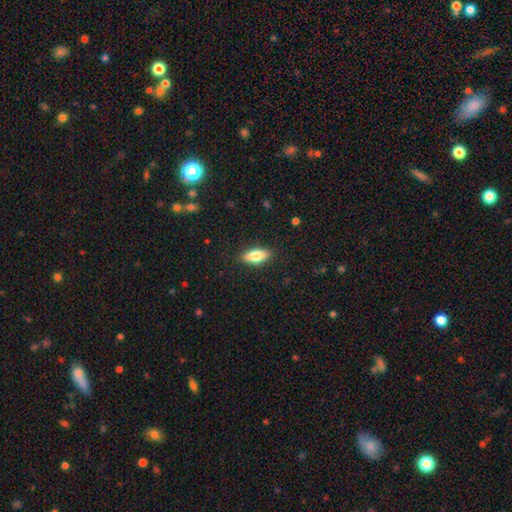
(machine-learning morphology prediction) Q: Smooth or featured?
A: smooth (72%); runner-up: featured or disk (21%)
Q: How rounded?
A: in between (74%); runner-up: cigar-shaped (23%)
Q: Merging?
A: none (87%); runner-up: minor disturbance (9%)